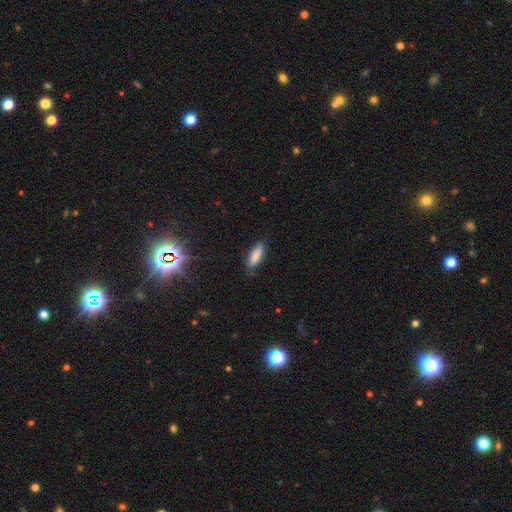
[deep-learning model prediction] Smooth or featured: smooth — 81% (featured or disk — 10%)
How rounded: in between — 58% (cigar-shaped — 40%)
Merging: none — 72% (minor disturbance — 22%)